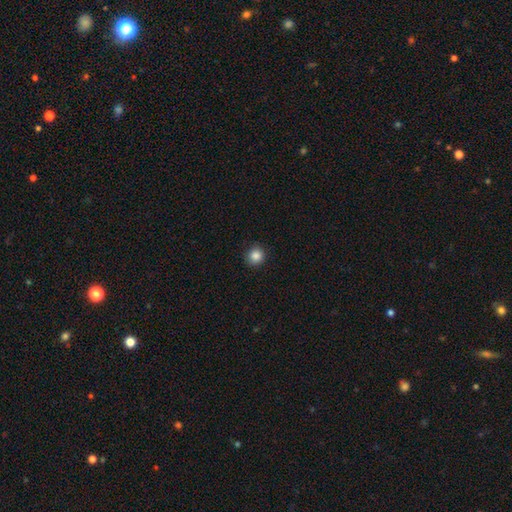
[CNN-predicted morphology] smooth_or_featured: smooth (p=0.86) [alt: star or artifact p=0.10]
how_rounded: round (p=0.91) [alt: in between p=0.09]
merging: none (p=0.90) [alt: minor disturbance p=0.07]